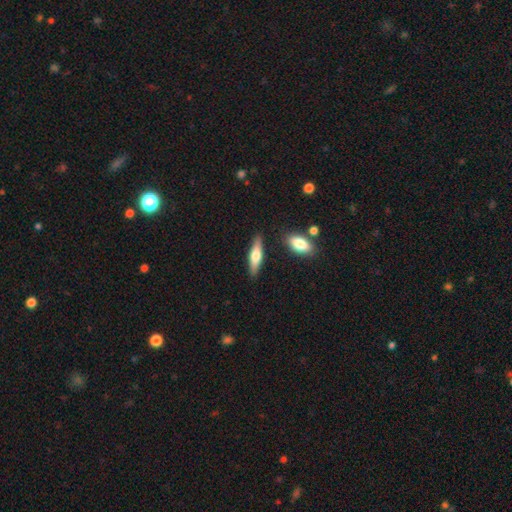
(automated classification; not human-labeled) A smooth galaxy with no disk features (54%) that is cigar-shaped (68%).

Vote fractions:
- Smooth or featured? smooth: 54% / featured or disk: 40% / star or artifact: 6%
- How rounded? cigar-shaped: 68% / in between: 30% / round: 2%
- Merging? none: 85% / minor disturbance: 9% / merger: 4% / major disturbance: 2%